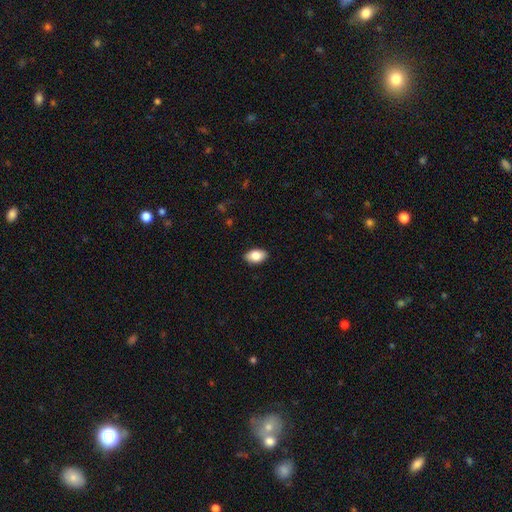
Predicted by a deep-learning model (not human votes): smooth 84%, featured or disk 9%, star or artifact 7%. Down the decision tree: how rounded — in between (92%); merging — none (89%).